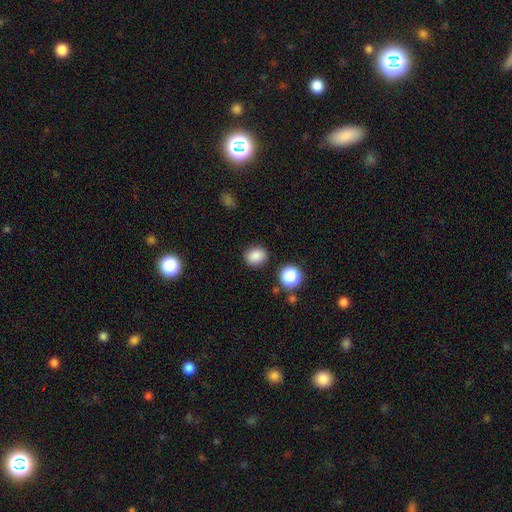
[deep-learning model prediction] A smooth galaxy with no disk features (85%) that is round (66%).

Vote fractions:
- Smooth or featured? smooth: 85% / star or artifact: 11% / featured or disk: 4%
- How rounded? round: 66% / in between: 33% / cigar-shaped: 1%
- Merging? none: 85% / minor disturbance: 9% / merger: 3% / major disturbance: 3%